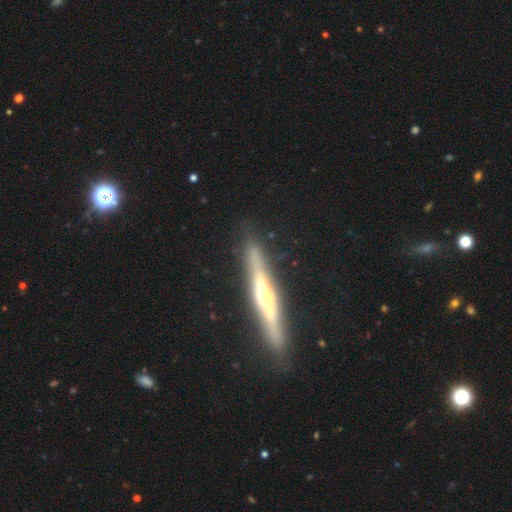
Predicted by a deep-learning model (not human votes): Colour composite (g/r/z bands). It shows a featured or disk galaxy (75%) viewed edge-on (95%) with a rounded central bulge (56%). Merging: none (88%).